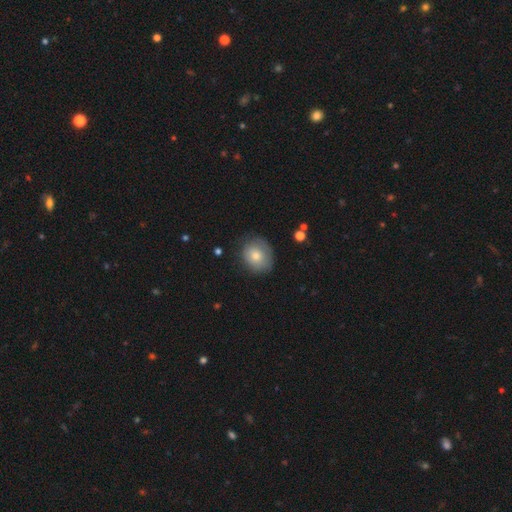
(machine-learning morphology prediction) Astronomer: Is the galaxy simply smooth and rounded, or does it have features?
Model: smooth — 73%.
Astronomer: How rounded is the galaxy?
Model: round — 68%.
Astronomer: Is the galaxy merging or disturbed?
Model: none — 74%.